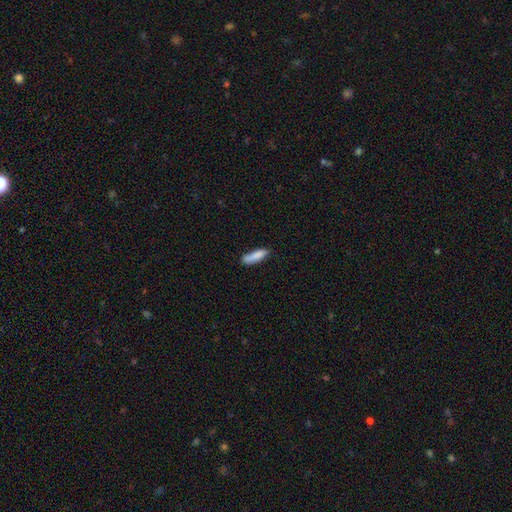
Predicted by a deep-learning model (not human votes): Smooth or featured?
  - smooth: 85% *
  - featured or disk: 8%
  - star or artifact: 6%
How rounded?
  - cigar-shaped: 61% *
  - in between: 37%
  - round: 2%
Merging?
  - none: 72% *
  - minor disturbance: 20%
  - merger: 4%
  - major disturbance: 4%